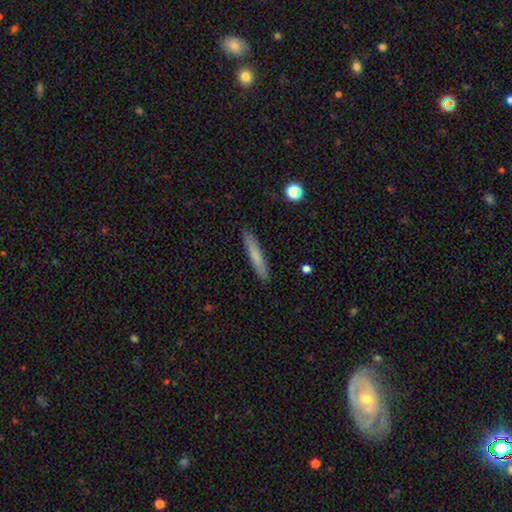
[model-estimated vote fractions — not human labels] The model was most divided on "smooth or featured": smooth: 74%, featured or disk: 20%, star or artifact: 6%. More confident: how rounded — cigar-shaped (94%); merging — none (91%).